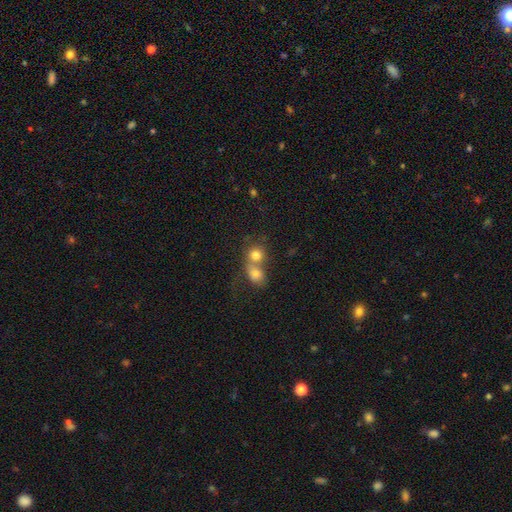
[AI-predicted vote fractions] A smooth galaxy with no disk features (76%) that is round (76%). Merging: merger (64%).